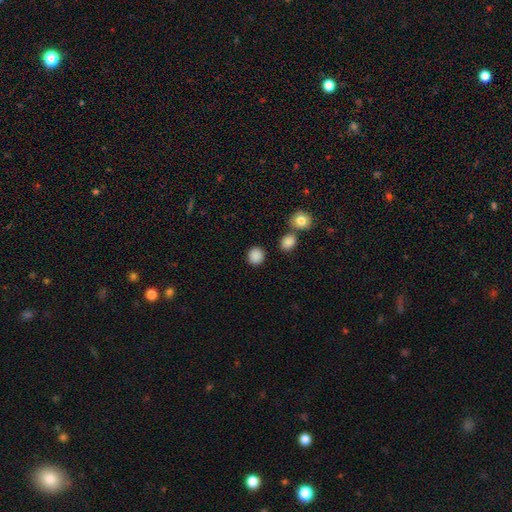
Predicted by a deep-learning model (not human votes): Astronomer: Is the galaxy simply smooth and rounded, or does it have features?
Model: smooth — 88%.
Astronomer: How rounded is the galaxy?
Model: round — 82%.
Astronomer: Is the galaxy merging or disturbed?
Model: none — 86%.